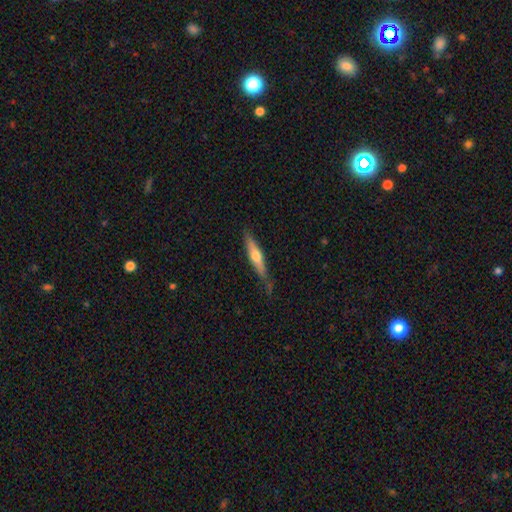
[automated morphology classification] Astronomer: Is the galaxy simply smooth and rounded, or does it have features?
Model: featured or disk — 49% (runner-up: smooth, 45%).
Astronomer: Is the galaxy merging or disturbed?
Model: none — 70%.